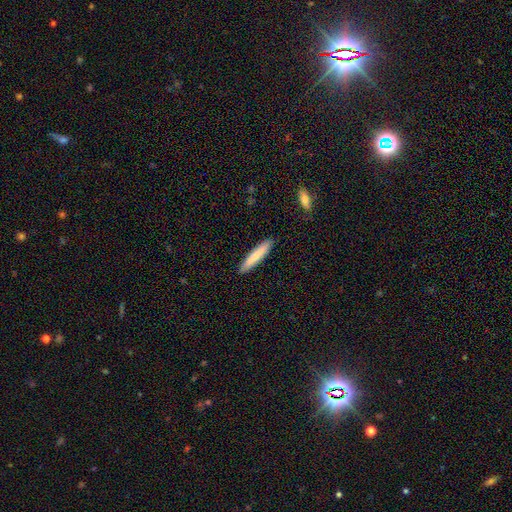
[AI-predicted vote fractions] Q: Smooth or featured?
A: smooth (73%); runner-up: featured or disk (22%)
Q: How rounded?
A: cigar-shaped (90%); runner-up: in between (9%)
Q: Merging?
A: none (91%); runner-up: minor disturbance (6%)